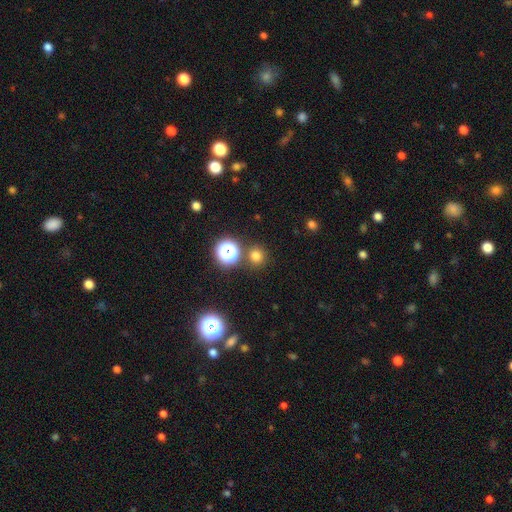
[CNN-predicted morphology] This appears to be a smooth galaxy with no disk features (73%) that is round (92%). Merging: none (86%).